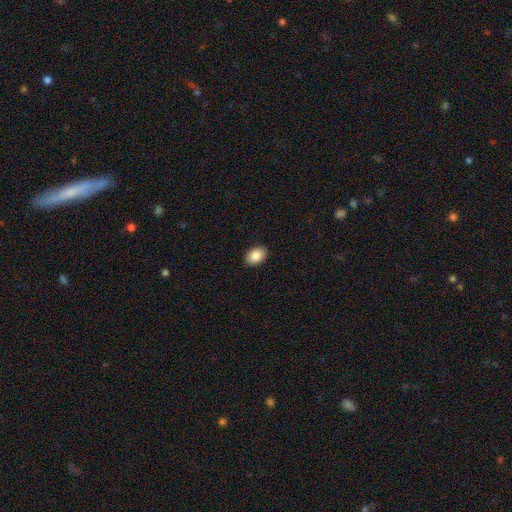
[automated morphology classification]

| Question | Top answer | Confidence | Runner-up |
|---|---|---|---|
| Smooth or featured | smooth | 87% | star or artifact (8%) |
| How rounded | in between | 79% | round (19%) |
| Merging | none | 90% | minor disturbance (7%) |